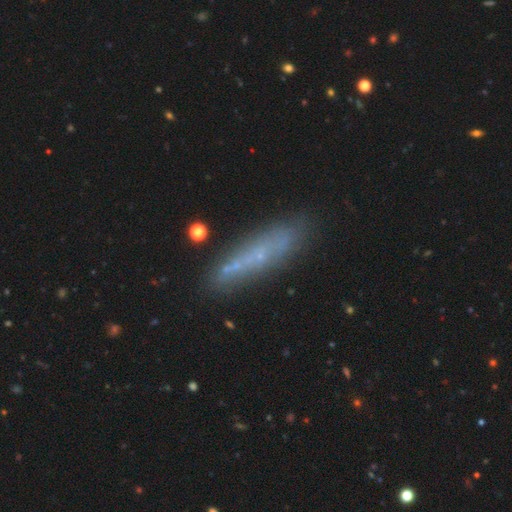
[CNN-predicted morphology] Smooth or featured? Predicted: smooth (p=0.45). Merging? Predicted: none (p=0.76).